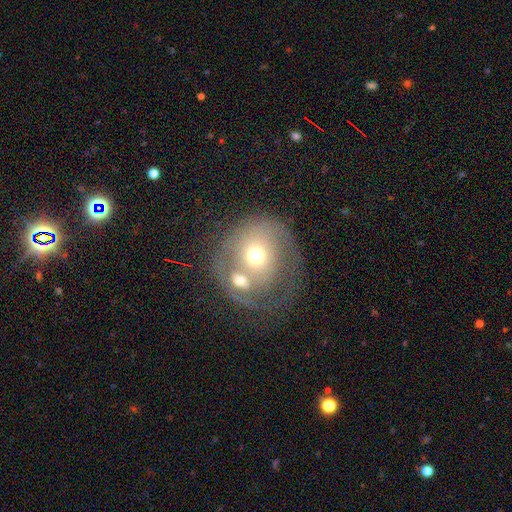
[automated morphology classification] Smooth or featured? Predicted: smooth (p=0.46). Merging? Predicted: merger (p=0.52).